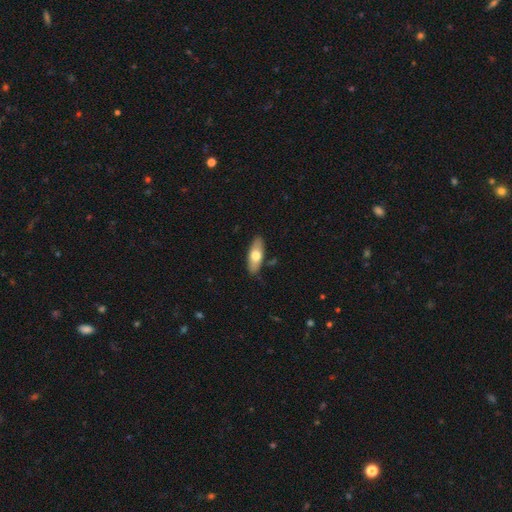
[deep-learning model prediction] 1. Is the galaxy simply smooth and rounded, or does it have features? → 63% smooth, 31% featured or disk, 6% star or artifact.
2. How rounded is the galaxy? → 75% in between, 23% cigar-shaped, 3% round.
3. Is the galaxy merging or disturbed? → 86% none, 10% minor disturbance, 2% major disturbance, 2% merger.